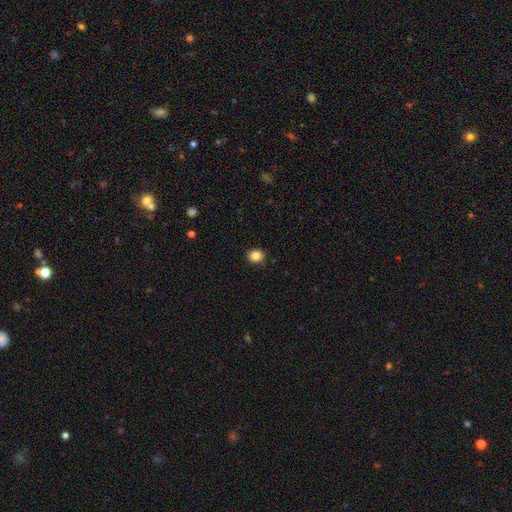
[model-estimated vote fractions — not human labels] This appears to be a smooth galaxy with no disk features (85%) that is round (68%). Merging: none (90%).